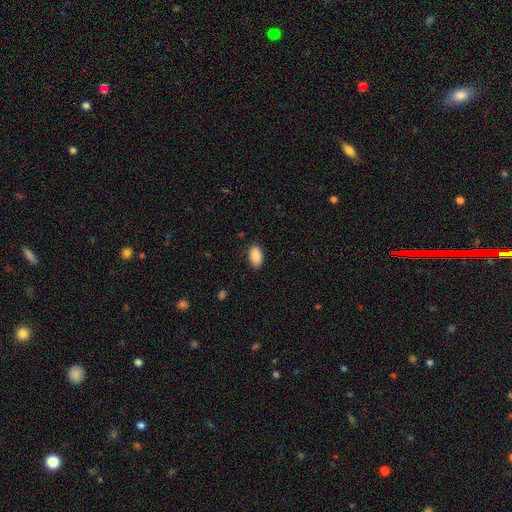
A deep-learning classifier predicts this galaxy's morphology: Overall: smooth (89%). How rounded: in between (94%). Merging: none (87%).